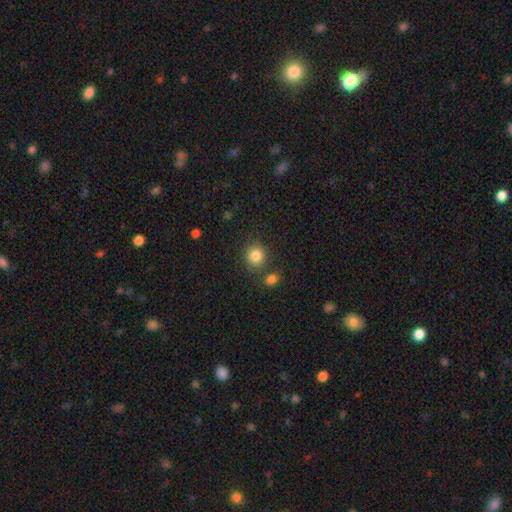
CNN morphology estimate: Q: Smooth or featured?
A: smooth (85%); runner-up: star or artifact (10%)
Q: How rounded?
A: round (83%); runner-up: in between (16%)
Q: Merging?
A: none (75%); runner-up: merger (11%)